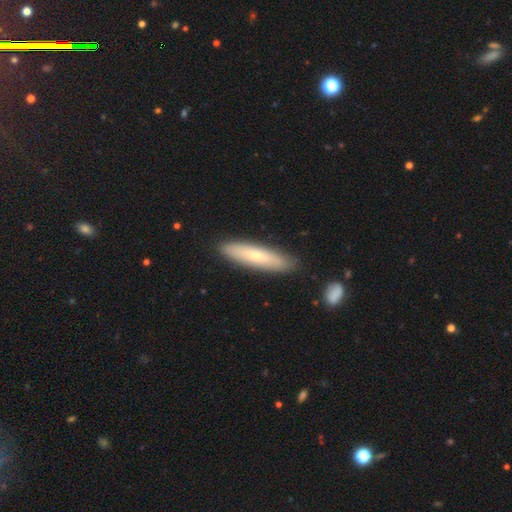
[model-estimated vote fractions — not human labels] smooth 66%, featured or disk 28%, star or artifact 6%. Down the decision tree: how rounded — cigar-shaped (80%); merging — none (86%).